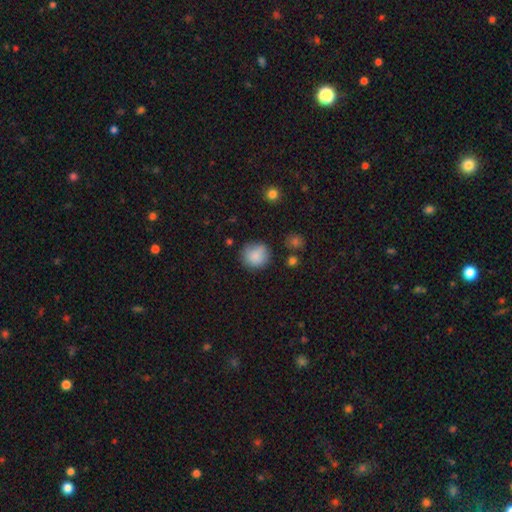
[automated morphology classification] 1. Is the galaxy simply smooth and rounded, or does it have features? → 85% smooth, 9% star or artifact, 6% featured or disk.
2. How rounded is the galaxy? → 88% round, 11% in between, 1% cigar-shaped.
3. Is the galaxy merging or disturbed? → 73% none, 18% minor disturbance, 5% major disturbance, 4% merger.